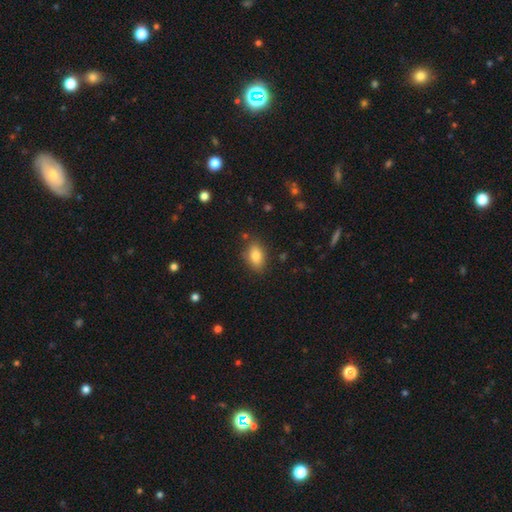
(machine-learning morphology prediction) The model was most divided on "merging": none: 82%, minor disturbance: 13%, major disturbance: 3%, merger: 2%. More confident: how rounded — in between (86%); smooth or featured — smooth (82%).